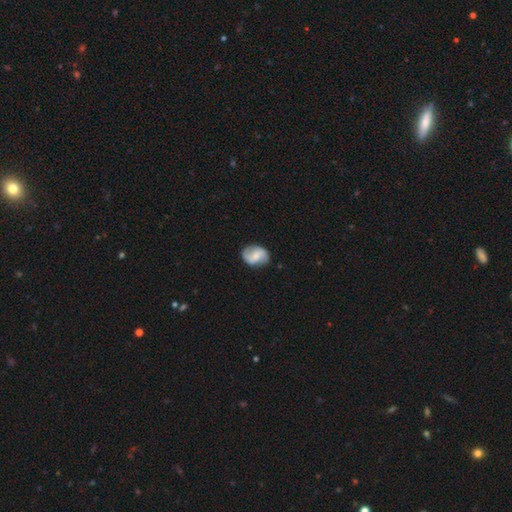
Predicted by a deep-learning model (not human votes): This is possibly a featured or disk galaxy (58%). It is clearly not viewed edge-on (97%). Bar: marginally no (45%). Spiral arm pattern: clearly yes (90%). Spiral arm count: clearly 2 (86%). Spiral winding: marginally medium (41%). Central bulge: marginally small (44%). Merging: likely none (75%).